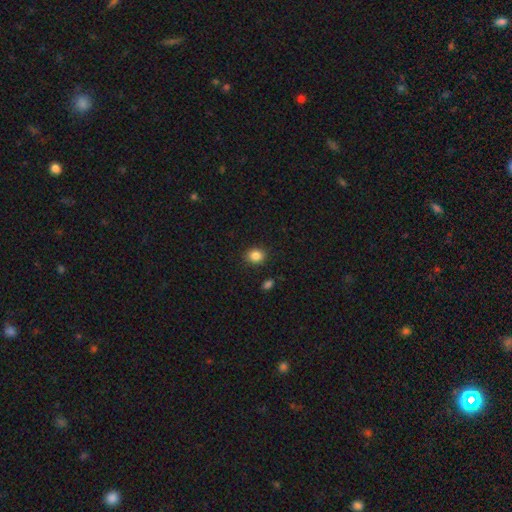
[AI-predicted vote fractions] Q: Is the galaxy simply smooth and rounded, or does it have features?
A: smooth — 86%.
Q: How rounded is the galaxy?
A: round — 67%.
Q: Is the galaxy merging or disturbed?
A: none — 88%.